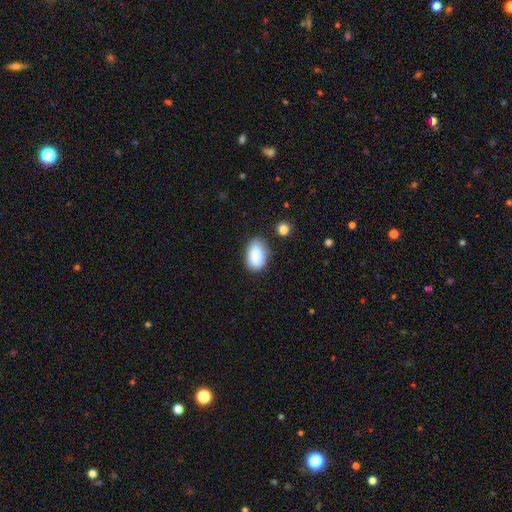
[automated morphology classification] type=smooth (86%); roundness=in between (92%); merging=none (68%).